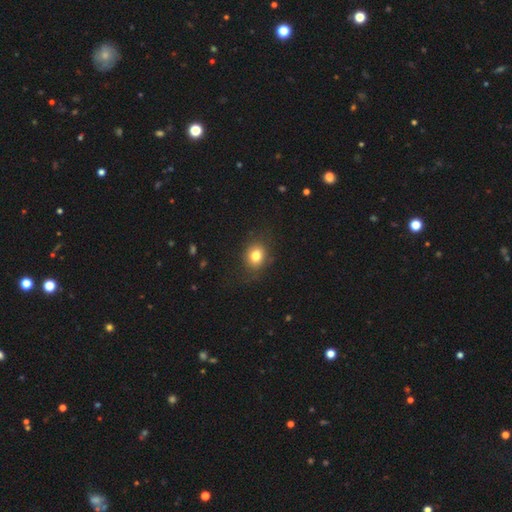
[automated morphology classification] The model was most divided on "how rounded": round: 61%, in between: 38%, cigar-shaped: 1%. More confident: smooth or featured — smooth (80%); merging — none (80%).